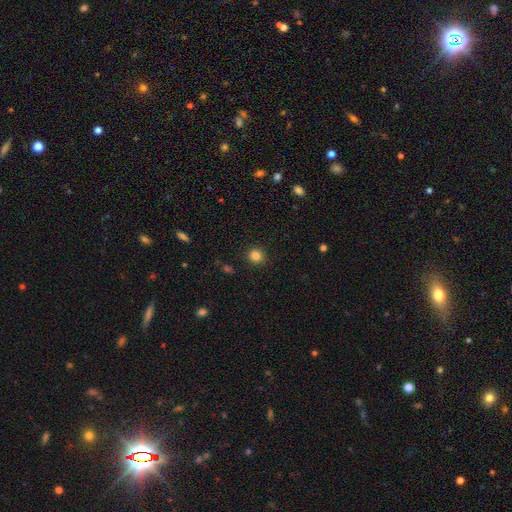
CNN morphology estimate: Smooth or featured? Predicted: smooth (p=0.84). How rounded? Predicted: round (p=0.90). Merging? Predicted: none (p=0.91).